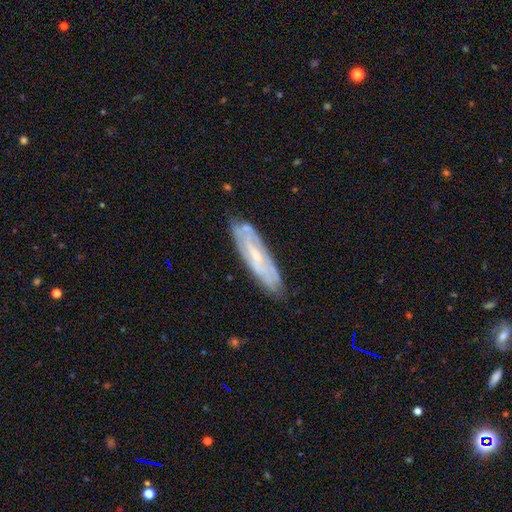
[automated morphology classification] Q: Smooth or featured?
A: featured or disk (68%); runner-up: smooth (25%)
Q: Edge-on disk?
A: no (68%); runner-up: yes (32%)
Q: Merging?
A: none (78%); runner-up: minor disturbance (16%)